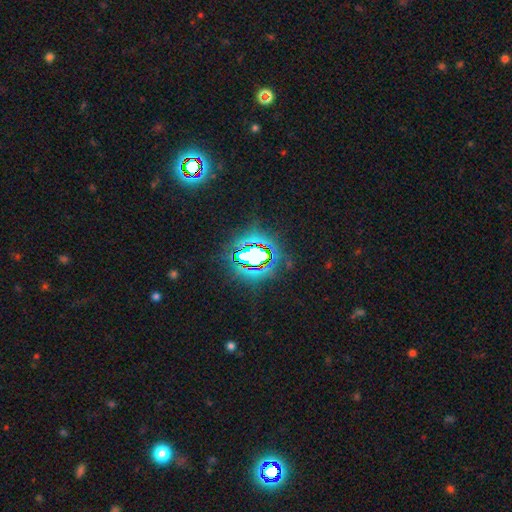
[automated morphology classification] Overall: star or artifact (73%).